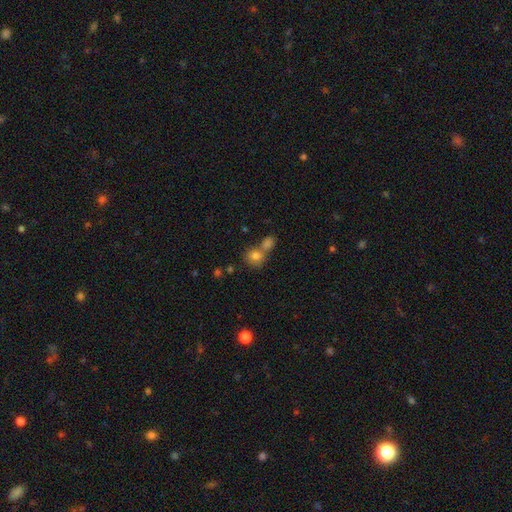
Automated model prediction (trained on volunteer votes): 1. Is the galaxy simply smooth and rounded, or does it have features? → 79% smooth, 11% star or artifact, 9% featured or disk.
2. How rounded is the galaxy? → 73% round, 26% in between, 1% cigar-shaped.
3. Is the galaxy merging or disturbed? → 47% merger, 41% none, 8% minor disturbance, 3% major disturbance.